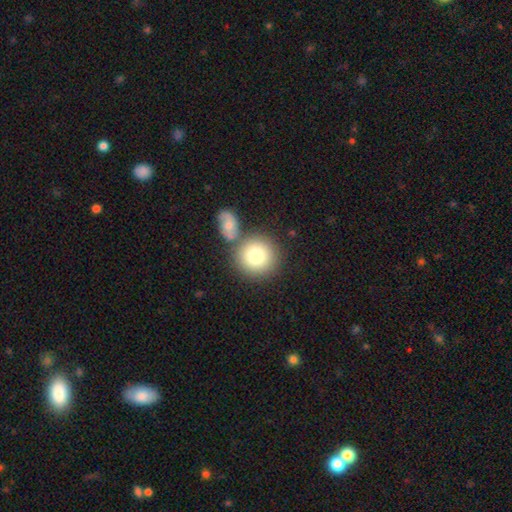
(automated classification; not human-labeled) smooth-or-featured: smooth: 79% | featured or disk: 13% | star or artifact: 9%
  how-rounded: round: 91% | in between: 8% | cigar-shaped: 1%
  merging: none: 69% | merger: 19% | minor disturbance: 9% | major disturbance: 3%